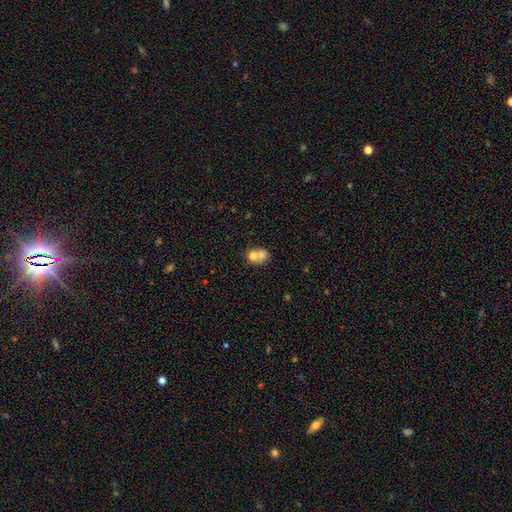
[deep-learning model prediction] smooth-or-featured: smooth: 68% | featured or disk: 22% | star or artifact: 9%
  how-rounded: round: 62% | in between: 37% | cigar-shaped: 1%
  merging: merger: 67% | none: 23% | minor disturbance: 6% | major disturbance: 3%